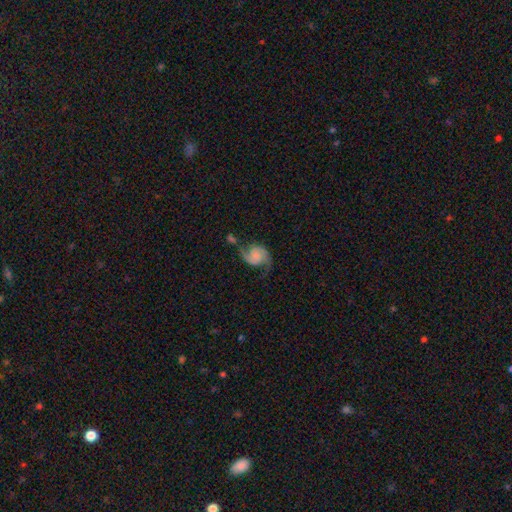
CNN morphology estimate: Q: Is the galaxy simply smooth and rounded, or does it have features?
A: featured or disk — 80%.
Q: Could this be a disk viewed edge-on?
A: no — 98%.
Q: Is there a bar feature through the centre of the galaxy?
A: no — 72%.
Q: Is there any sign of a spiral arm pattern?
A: yes — 96%.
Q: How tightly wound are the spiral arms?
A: loose — 48%.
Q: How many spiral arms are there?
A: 2 — 92%.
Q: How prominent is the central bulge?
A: small — 37%.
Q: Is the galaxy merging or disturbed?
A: none — 59%.